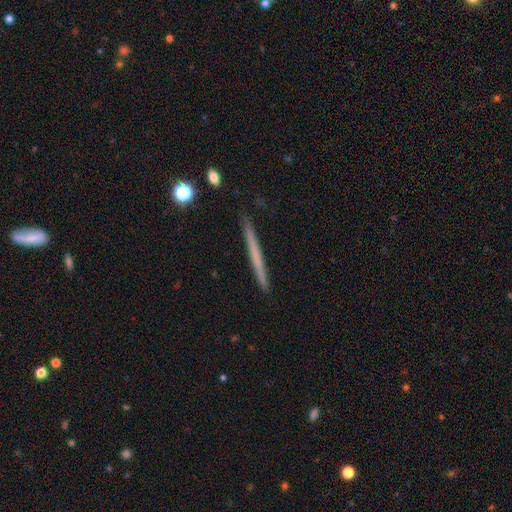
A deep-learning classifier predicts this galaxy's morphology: Smooth or featured: smooth — 50% (featured or disk — 44%)
How rounded: cigar-shaped — 97% (in between — 2%)
Merging: none — 91% (minor disturbance — 6%)